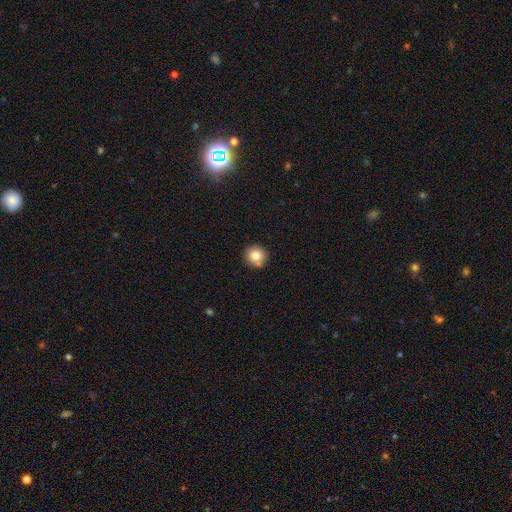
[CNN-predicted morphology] This is clearly a smooth galaxy (81%). How rounded: clearly round (94%). Merging: likely none (79%).